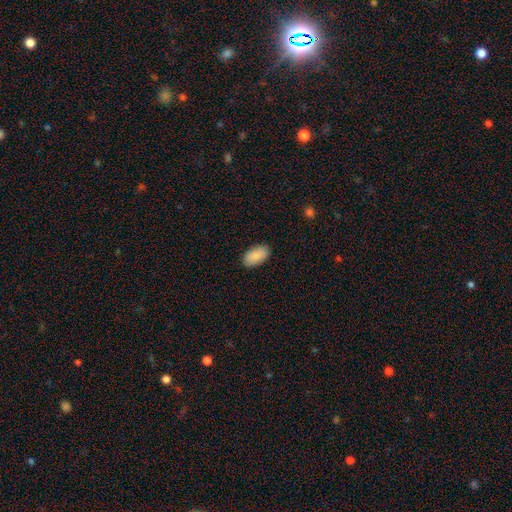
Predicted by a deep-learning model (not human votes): Smooth or featured? smooth (89%)
How rounded? in between (95%)
Merging? none (88%)